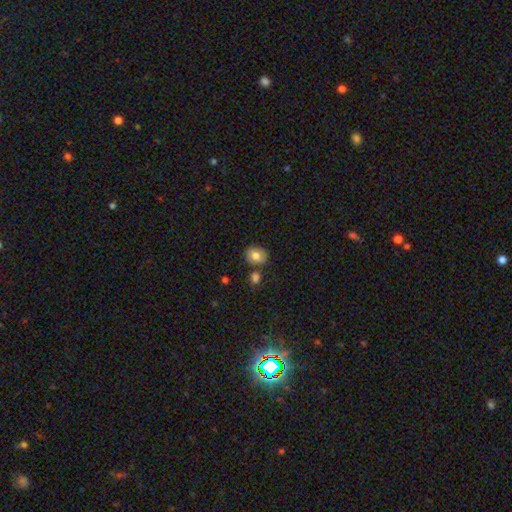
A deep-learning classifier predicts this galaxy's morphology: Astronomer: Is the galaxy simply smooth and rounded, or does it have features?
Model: smooth — 79%.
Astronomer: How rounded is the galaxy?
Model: round — 58% (runner-up: in between, 42%).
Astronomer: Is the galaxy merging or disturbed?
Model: none — 76%.